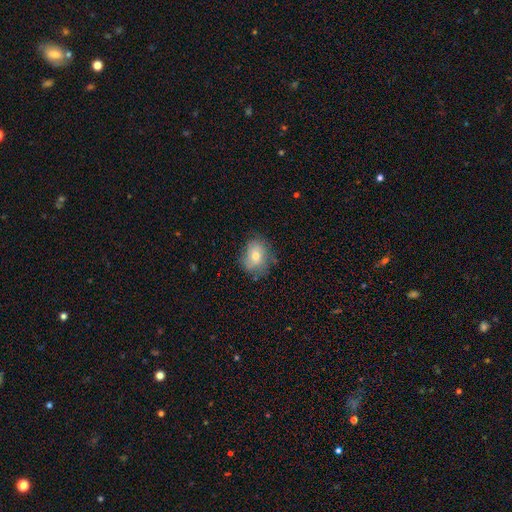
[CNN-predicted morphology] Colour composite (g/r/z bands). It shows a smooth galaxy with no disk features (60%) that is round (51%). Merging: none (70%).